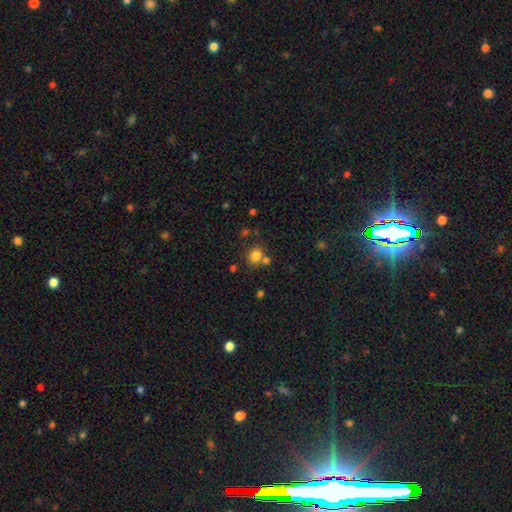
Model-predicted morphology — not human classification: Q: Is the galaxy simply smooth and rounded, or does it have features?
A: smooth — 79%.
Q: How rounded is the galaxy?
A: round — 72%.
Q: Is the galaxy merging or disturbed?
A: none — 62%.